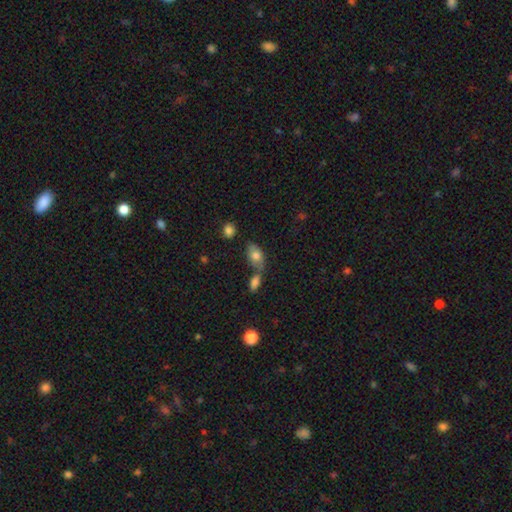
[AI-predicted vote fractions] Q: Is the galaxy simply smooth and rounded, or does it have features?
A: smooth — 76%.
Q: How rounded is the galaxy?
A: in between — 88%.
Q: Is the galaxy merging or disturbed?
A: none — 48%.